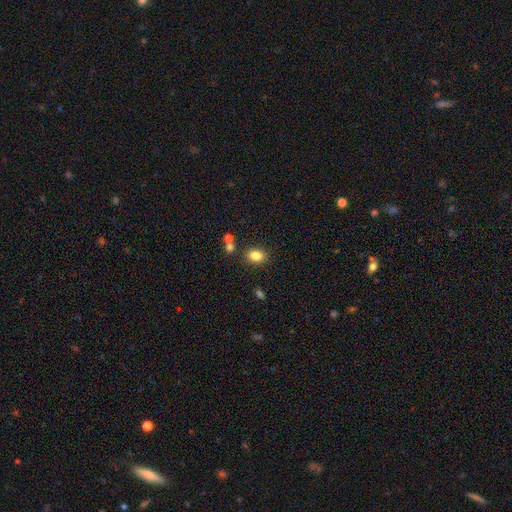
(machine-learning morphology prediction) This is clearly a smooth galaxy (84%). How rounded: likely in between (75%). Merging: clearly none (81%).